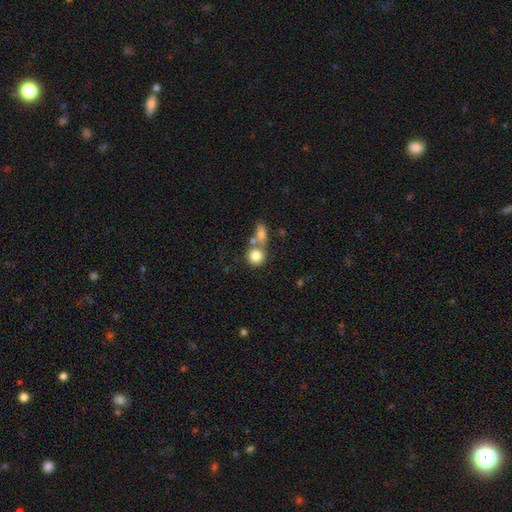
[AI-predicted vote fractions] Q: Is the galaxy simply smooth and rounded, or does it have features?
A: smooth — 79%.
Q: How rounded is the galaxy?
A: round — 84%.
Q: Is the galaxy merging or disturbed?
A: none — 44%.